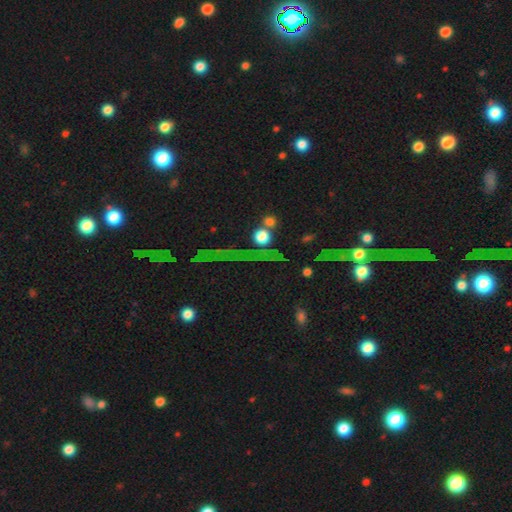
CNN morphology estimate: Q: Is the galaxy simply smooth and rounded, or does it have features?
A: star or artifact — 60%.